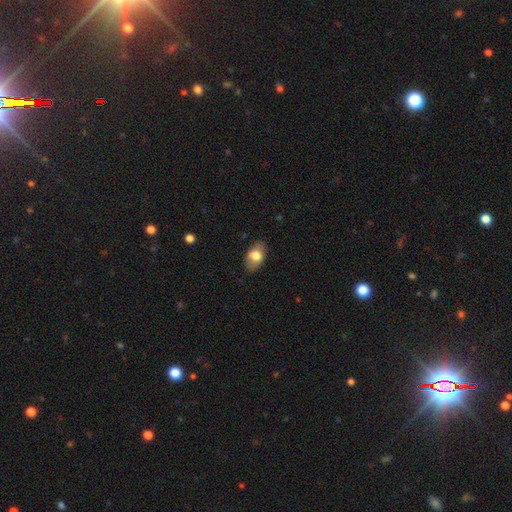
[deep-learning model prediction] smooth_or_featured: smooth (p=0.71) [alt: featured or disk p=0.22]
how_rounded: in between (p=0.89) [alt: round p=0.09]
merging: none (p=0.79) [alt: minor disturbance p=0.16]